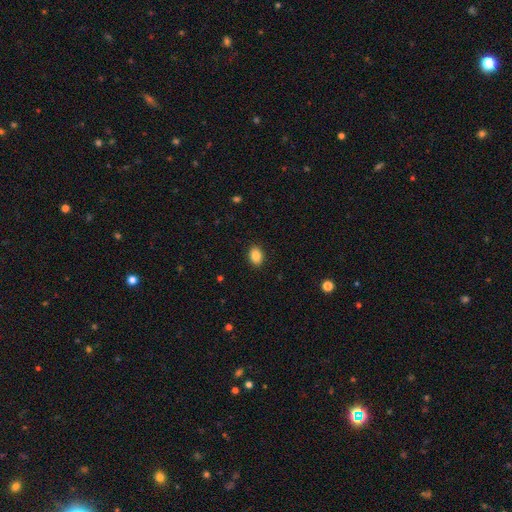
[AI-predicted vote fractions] This is clearly a smooth galaxy (87%). How rounded: likely in between (77%). Merging: clearly none (90%).